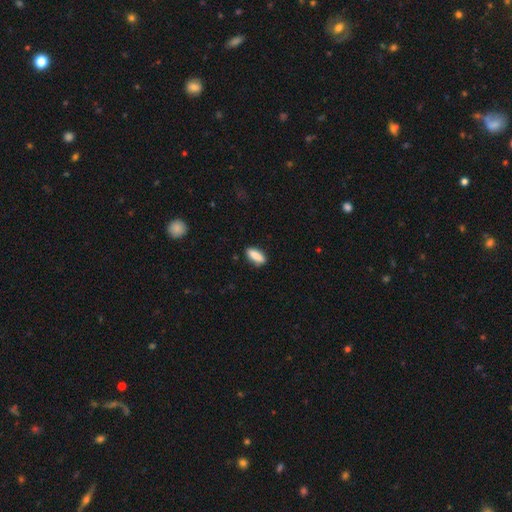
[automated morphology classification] smooth 86%, featured or disk 7%, star or artifact 7%. Down the decision tree: how rounded — in between (68%); merging — none (84%).